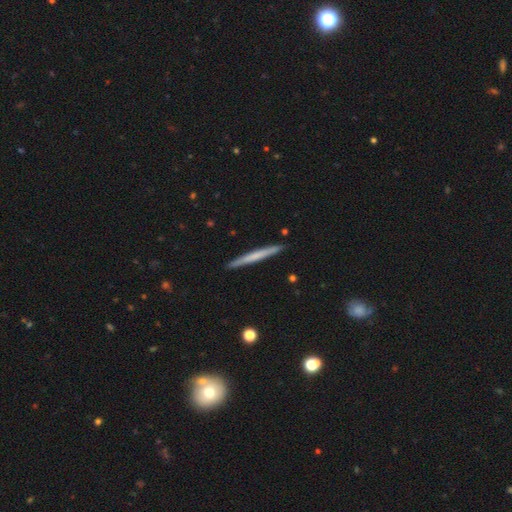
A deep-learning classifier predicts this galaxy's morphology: A smooth galaxy with no disk features (54%) that is cigar-shaped (97%). Merging: none (92%).